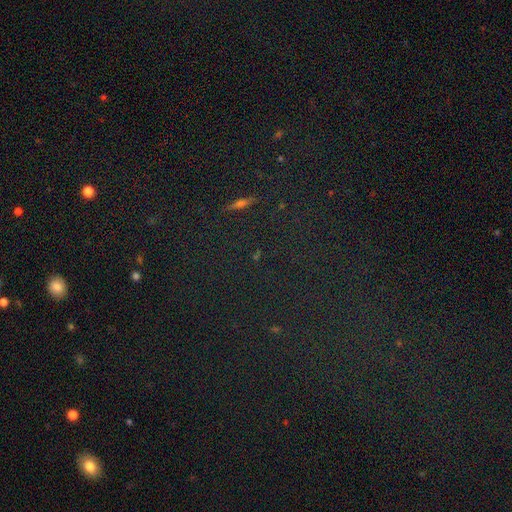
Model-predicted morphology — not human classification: type=star or artifact (77%).